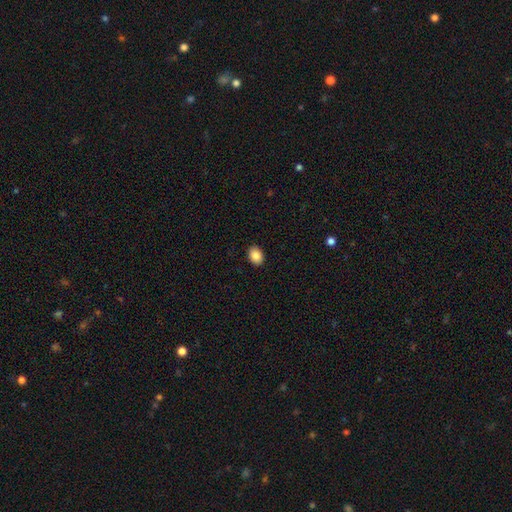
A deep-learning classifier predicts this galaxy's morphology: Overall: smooth (87%). How rounded: in between (72%). Merging: none (90%).